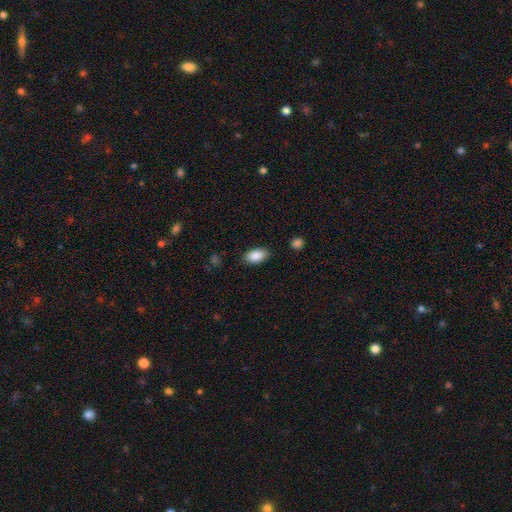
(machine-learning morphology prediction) The model was most divided on "merging": none: 85%, minor disturbance: 11%, major disturbance: 3%, merger: 1%. More confident: how rounded — in between (93%); smooth or featured — smooth (88%).